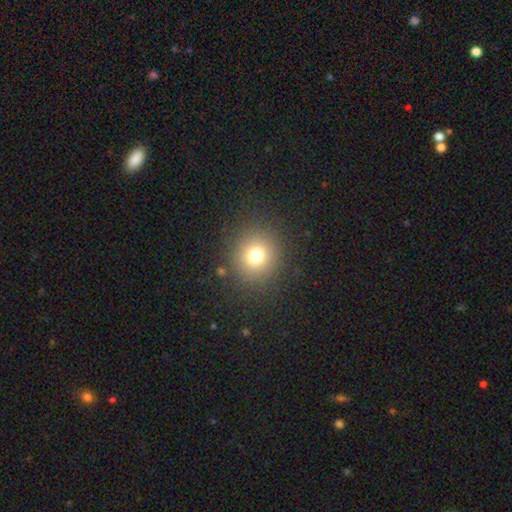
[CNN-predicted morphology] Smooth or featured?
  - smooth: 75% *
  - star or artifact: 16%
  - featured or disk: 9%
How rounded?
  - round: 88% *
  - in between: 11%
  - cigar-shaped: 1%
Merging?
  - none: 88% *
  - minor disturbance: 7%
  - major disturbance: 4%
  - merger: 2%